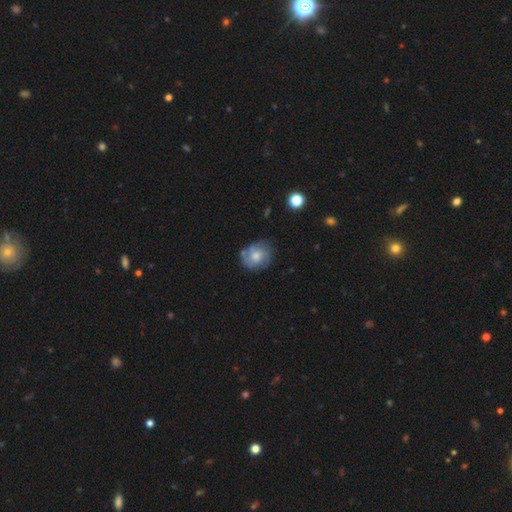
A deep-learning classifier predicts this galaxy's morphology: A smooth galaxy with no disk features (53%) that is round (63%).

Vote fractions:
- Smooth or featured? smooth: 53% / featured or disk: 39% / star or artifact: 8%
- How rounded? round: 63% / in between: 36% / cigar-shaped: 1%
- Merging? none: 65% / minor disturbance: 23% / major disturbance: 7% / merger: 5%